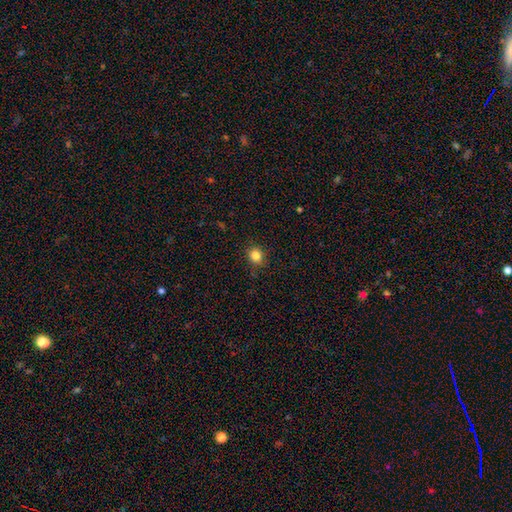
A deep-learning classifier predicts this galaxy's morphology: The model was most divided on "how rounded": round: 79%, in between: 21%, cigar-shaped: 1%. More confident: merging — none (87%); smooth or featured — smooth (83%).